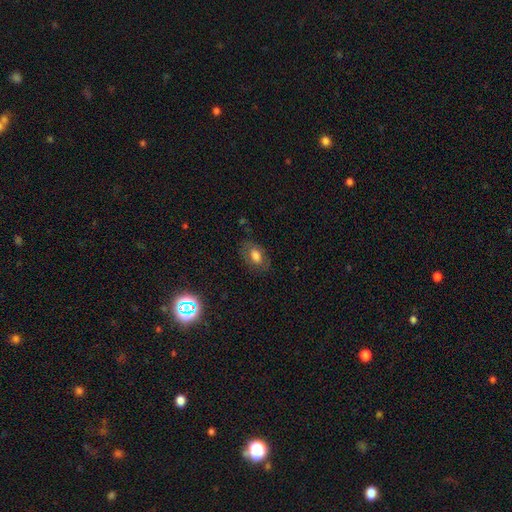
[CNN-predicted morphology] smooth_or_featured: smooth (p=0.67) [alt: featured or disk p=0.21]
how_rounded: in between (p=0.87) [alt: round p=0.11]
merging: none (p=0.75) [alt: minor disturbance p=0.17]